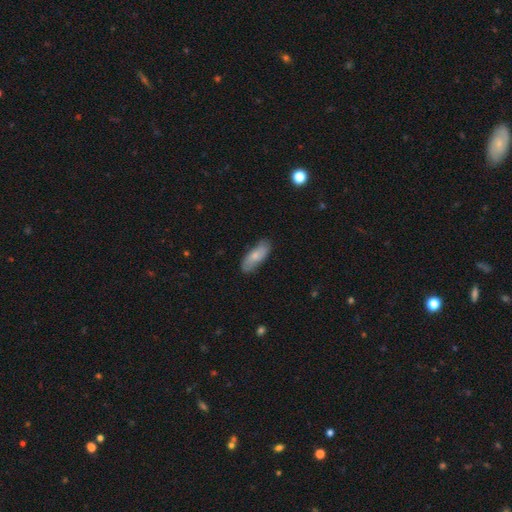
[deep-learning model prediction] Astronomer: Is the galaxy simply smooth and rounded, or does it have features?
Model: smooth — 73%.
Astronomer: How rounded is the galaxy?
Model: in between — 73%.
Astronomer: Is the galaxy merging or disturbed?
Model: none — 79%.